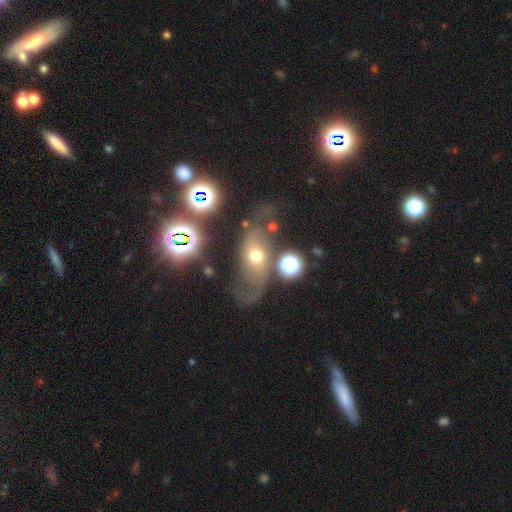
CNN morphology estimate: Smooth or featured? featured or disk (44%)
Merging? none (48%)